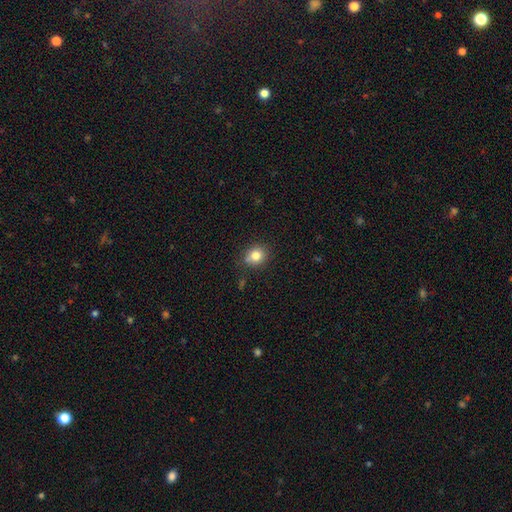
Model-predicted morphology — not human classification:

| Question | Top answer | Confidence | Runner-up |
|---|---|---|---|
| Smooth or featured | smooth | 80% | star or artifact (12%) |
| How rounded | round | 75% | in between (24%) |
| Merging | none | 76% | minor disturbance (15%) |